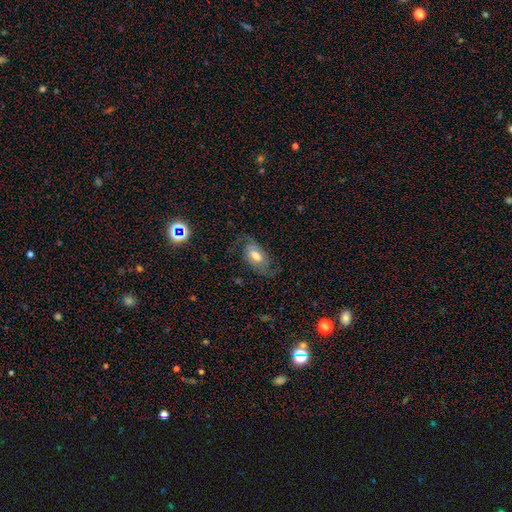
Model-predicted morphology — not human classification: Smooth or featured? Predicted: featured or disk (p=0.48). Merging? Predicted: none (p=0.62).